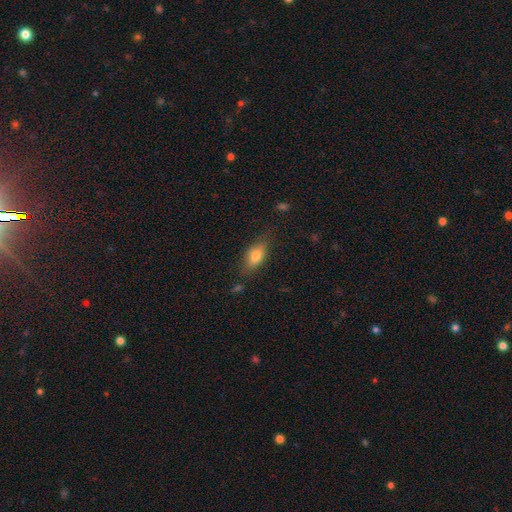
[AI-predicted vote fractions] Smooth or featured: smooth — 74% (featured or disk — 18%)
How rounded: in between — 80% (cigar-shaped — 14%)
Merging: none — 76% (minor disturbance — 17%)